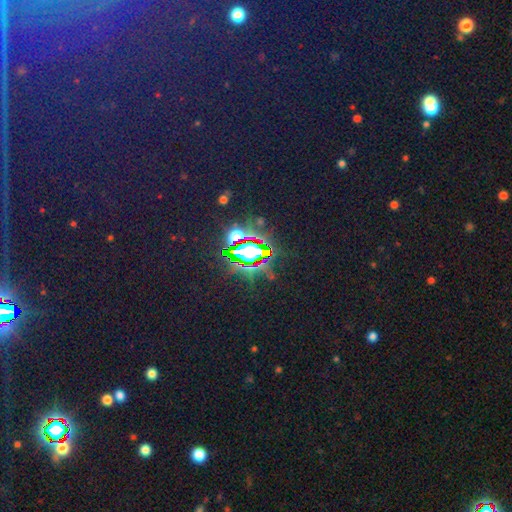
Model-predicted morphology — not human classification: This appears to be a star or artifact, not a galaxy (85%).